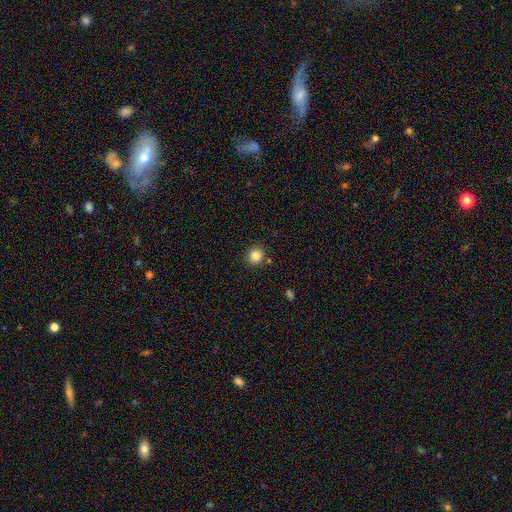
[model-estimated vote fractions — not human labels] The model was most divided on "smooth or featured": smooth: 84%, star or artifact: 11%, featured or disk: 5%. More confident: how rounded — round (92%); merging — none (89%).